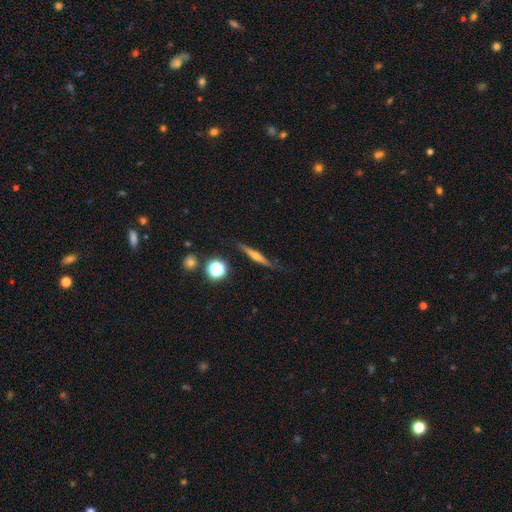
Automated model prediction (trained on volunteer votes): This is likely a featured or disk galaxy (61%). It is clearly viewed edge-on (96%). Edge-on bulge: clearly rounded (81%). Merging: clearly none (85%).